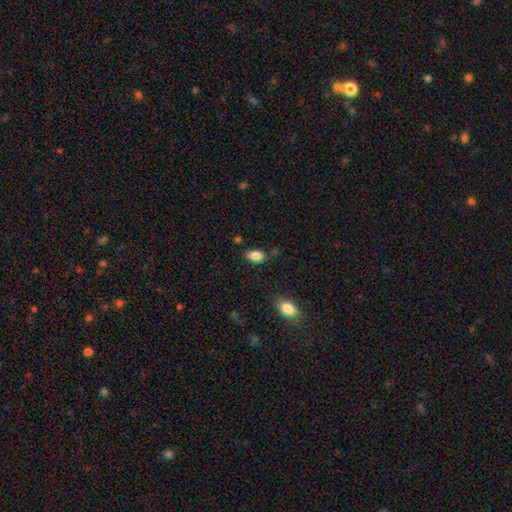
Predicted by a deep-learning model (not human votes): A smooth galaxy with no disk features (86%) that is in between round and cigar-shaped (90%). Merging: none (80%).